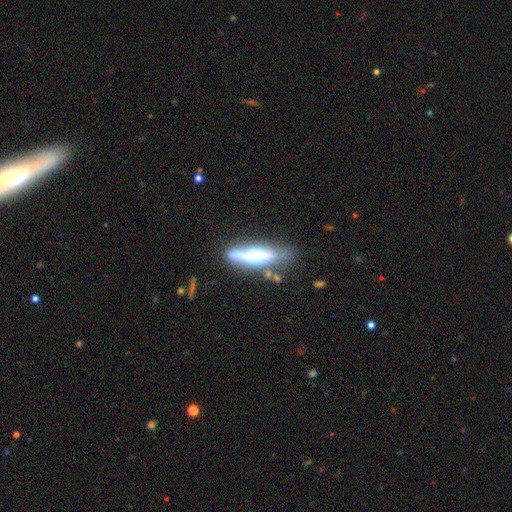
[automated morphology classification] Smooth or featured: featured or disk — 51% (smooth — 41%)
Edge-on disk: yes — 66% (no — 34%)
Merging: none — 56% (minor disturbance — 22%)